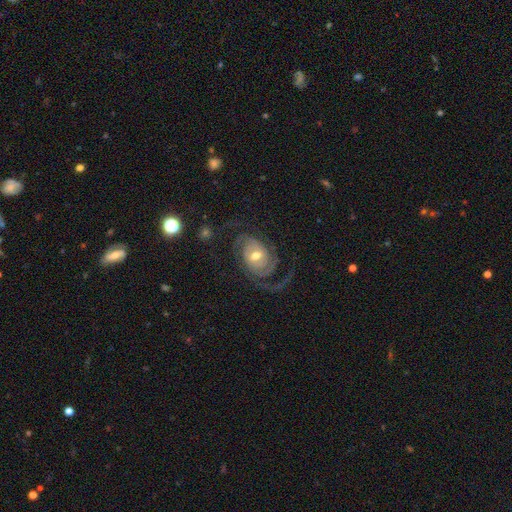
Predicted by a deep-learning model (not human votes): Smooth or featured? featured or disk (88%)
Edge-on disk? no (97%)
Bar? no (51%)
Spiral arms? yes (97%)
Spiral winding? medium (41%)
Spiral arm count? 2 (63%)
Bulge size? moderate (71%)
Merging? none (68%)